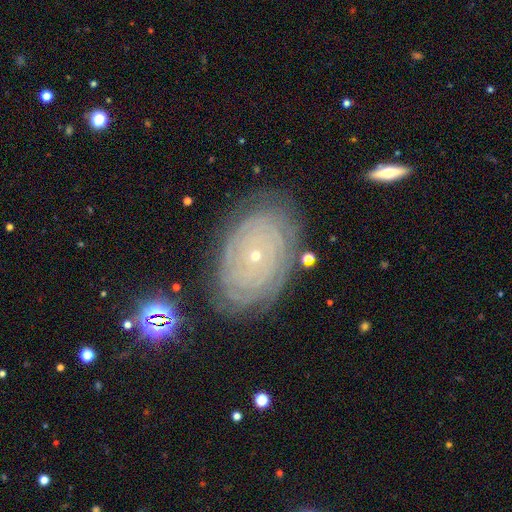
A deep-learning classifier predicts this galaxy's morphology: Smooth or featured?
  - featured or disk: 81% *
  - smooth: 11%
  - star or artifact: 8%
Edge-on disk?
  - no: 95% *
  - yes: 5%
Bar?
  - no: 86% *
  - weak: 10%
  - strong: 4%
Spiral arms?
  - yes: 92% *
  - no: 8%
Spiral winding?
  - tight: 89% *
  - medium: 9%
  - loose: 3%
Spiral arm count?
  - can't tell: 43% *
  - more than 4: 15%
  - 4: 14%
  - 2: 12%
  - 3: 10%
  - 1: 6%
Bulge size?
  - small: 85% *
  - moderate: 12%
  - large: 1%
  - none: 1%
  - dominant: 1%
Merging?
  - none: 81% *
  - minor disturbance: 14%
  - major disturbance: 4%
  - merger: 2%